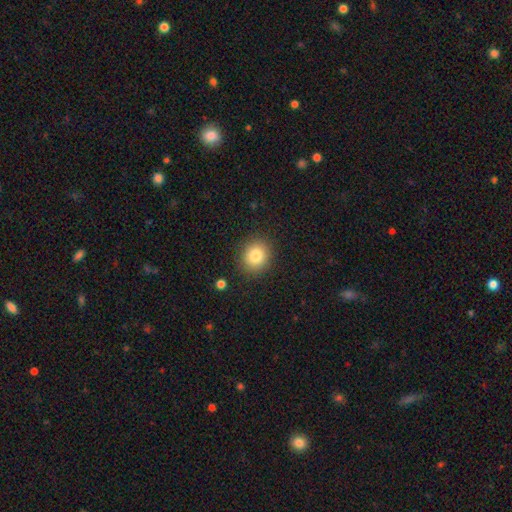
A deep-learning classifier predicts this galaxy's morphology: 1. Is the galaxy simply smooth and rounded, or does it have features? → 82% smooth, 11% star or artifact, 7% featured or disk.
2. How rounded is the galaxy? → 77% round, 22% in between, 1% cigar-shaped.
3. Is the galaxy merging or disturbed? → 88% none, 8% minor disturbance, 3% major disturbance, 1% merger.